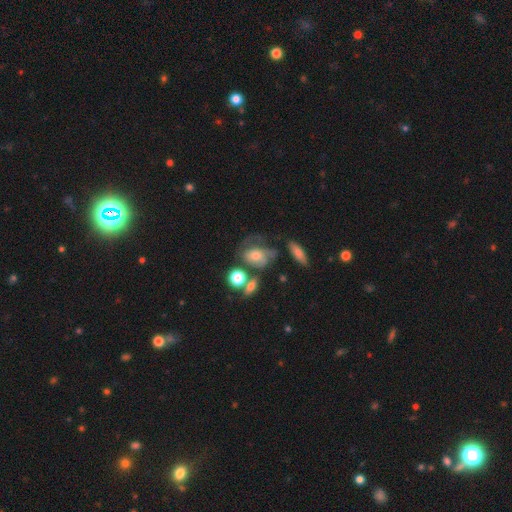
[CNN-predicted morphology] type=featured or disk (44%, tied with smooth); merging=major disturbance (30%).